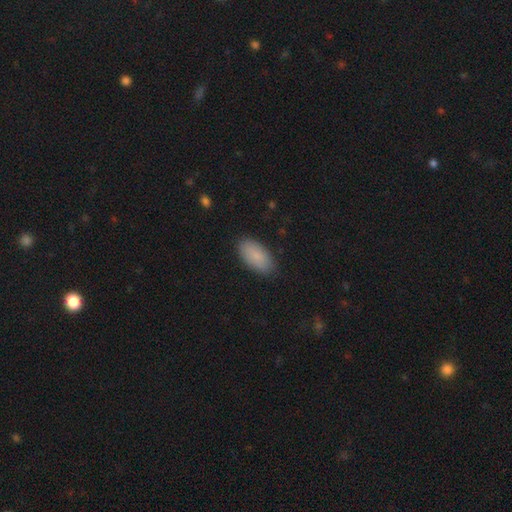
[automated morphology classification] Q: Smooth or featured?
A: smooth (87%); runner-up: star or artifact (6%)
Q: How rounded?
A: in between (94%); runner-up: cigar-shaped (4%)
Q: Merging?
A: none (87%); runner-up: minor disturbance (9%)